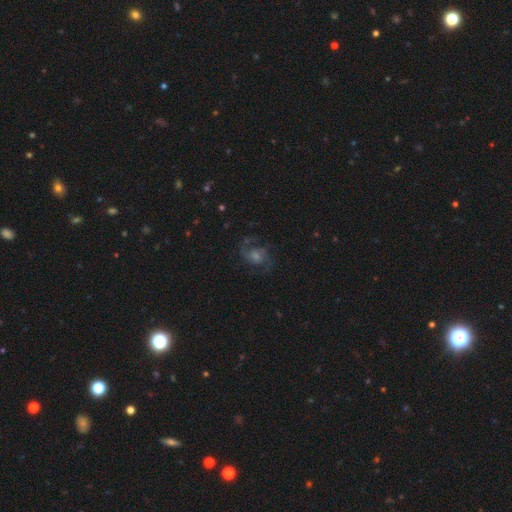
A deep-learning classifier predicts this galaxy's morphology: smooth-or-featured: featured or disk: 74% | star or artifact: 15% | smooth: 11%
  disk-edge-on: no: 97% | yes: 3%
    bar: no: 61% | weak: 33% | strong: 6%
    has-spiral-arms: yes: 95% | no: 5%
      spiral-winding: medium: 55% | loose: 26% | tight: 20%
      spiral-arm-count: 2: 69% | 3: 11% | can't tell: 10% | 1: 3% | 4: 3% | more than 4: 3%
    bulge-size: moderate: 44% | small: 33% | large: 13% | none: 8% | dominant: 2%
  merging: none: 74% | minor disturbance: 14% | major disturbance: 11% | merger: 2%